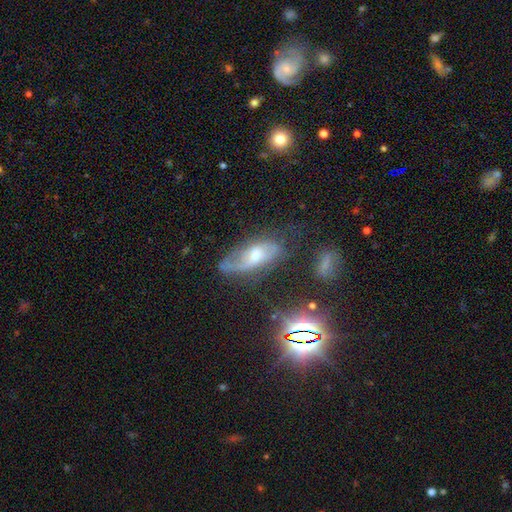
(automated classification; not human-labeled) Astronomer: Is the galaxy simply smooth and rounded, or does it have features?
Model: featured or disk — 62%.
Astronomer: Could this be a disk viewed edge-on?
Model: no — 87%.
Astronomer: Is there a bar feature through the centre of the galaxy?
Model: no — 52% (runner-up: weak, 39%).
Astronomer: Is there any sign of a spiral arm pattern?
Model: yes — 82%.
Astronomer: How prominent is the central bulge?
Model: moderate — 60%.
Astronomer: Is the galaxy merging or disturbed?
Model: none — 51% (runner-up: minor disturbance, 27%).